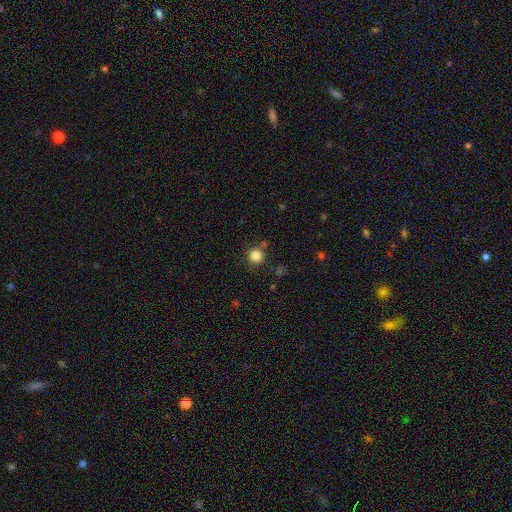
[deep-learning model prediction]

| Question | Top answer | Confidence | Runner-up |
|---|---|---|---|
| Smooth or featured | smooth | 84% | star or artifact (12%) |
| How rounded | round | 94% | in between (5%) |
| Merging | none | 86% | minor disturbance (7%) |